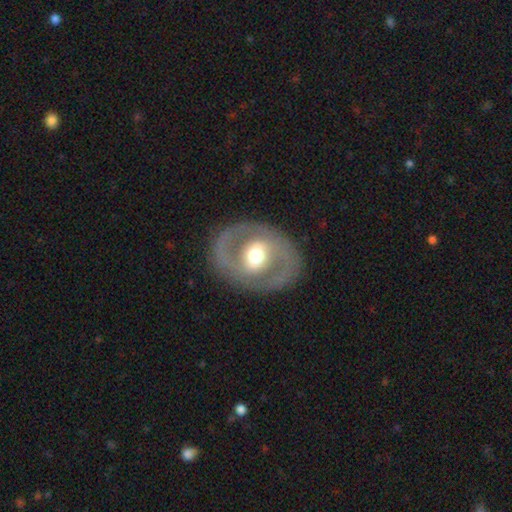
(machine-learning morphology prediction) A featured or disk galaxy (67%) with no bar (45%), no spiral arms (67%) and a moderate central bulge (66%). Merging: none (82%).